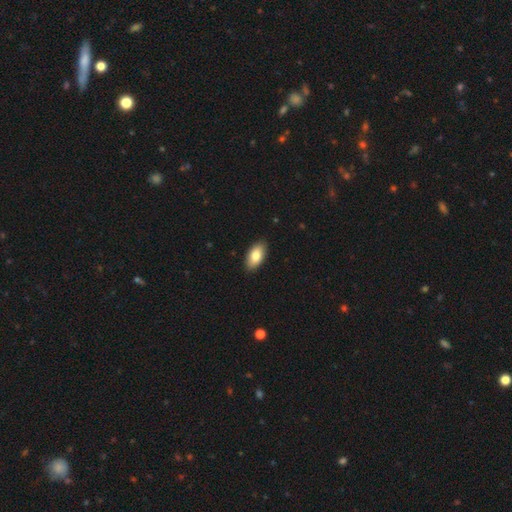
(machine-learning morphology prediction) smooth-or-featured: smooth: 82% | featured or disk: 12% | star or artifact: 6%
  how-rounded: in between: 93% | cigar-shaped: 3% | round: 3%
  merging: none: 89% | minor disturbance: 8% | major disturbance: 2% | merger: 1%